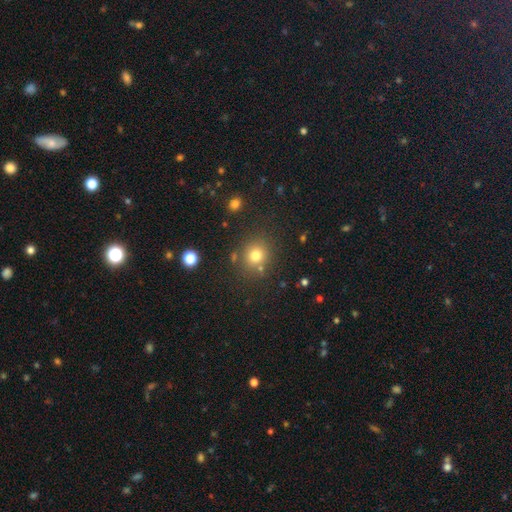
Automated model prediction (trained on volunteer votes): This appears to be a smooth galaxy with no disk features (77%) that is round (84%). Merging: none (80%).